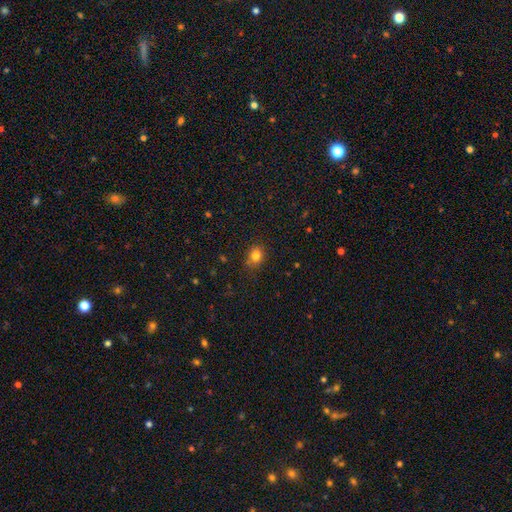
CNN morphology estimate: Q: Smooth or featured?
A: smooth (82%); runner-up: star or artifact (12%)
Q: How rounded?
A: round (64%); runner-up: in between (35%)
Q: Merging?
A: none (83%); runner-up: minor disturbance (13%)